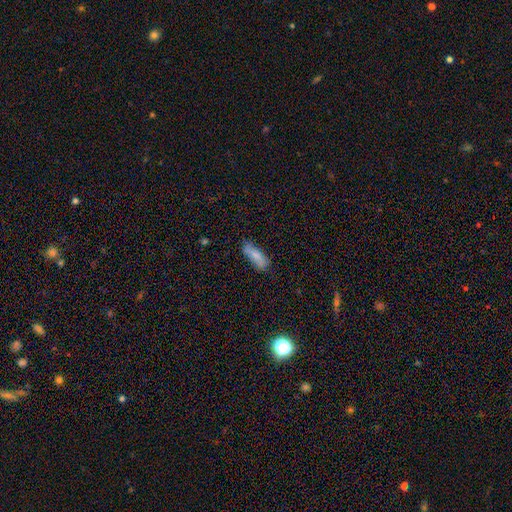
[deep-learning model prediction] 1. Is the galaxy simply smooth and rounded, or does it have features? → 78% smooth, 15% featured or disk, 7% star or artifact.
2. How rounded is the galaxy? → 63% in between, 35% cigar-shaped, 2% round.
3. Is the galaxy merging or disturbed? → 68% none, 24% minor disturbance, 6% major disturbance, 2% merger.